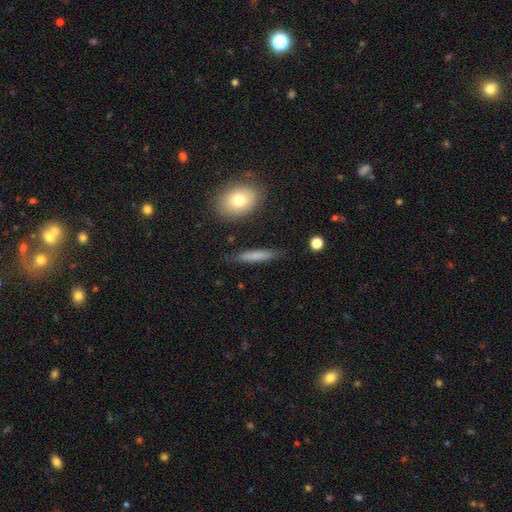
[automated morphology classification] Smooth or featured?
  - smooth: 71% *
  - featured or disk: 22%
  - star or artifact: 7%
How rounded?
  - cigar-shaped: 86% *
  - in between: 11%
  - round: 3%
Merging?
  - none: 84% *
  - minor disturbance: 11%
  - major disturbance: 3%
  - merger: 2%